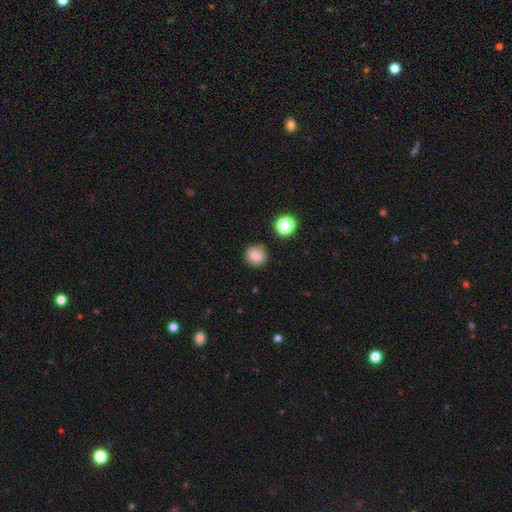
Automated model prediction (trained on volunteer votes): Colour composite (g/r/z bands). It shows a smooth galaxy with no disk features (81%) that is round (90%). Merging: none (85%).